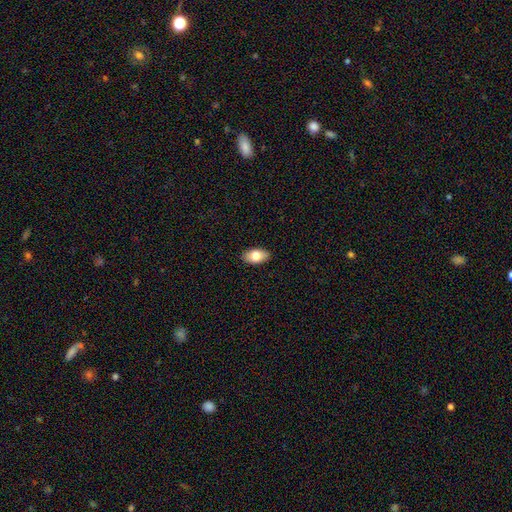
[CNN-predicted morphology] The model was most divided on "smooth or featured": smooth: 79%, featured or disk: 15%, star or artifact: 7%. More confident: how rounded — in between (93%); merging — none (89%).